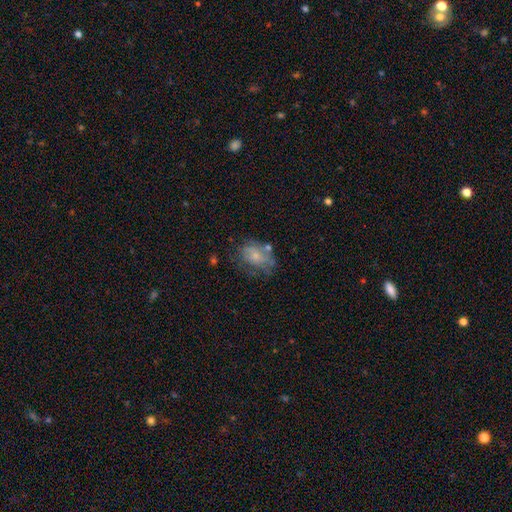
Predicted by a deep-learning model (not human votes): Q: Smooth or featured?
A: smooth (54%); runner-up: featured or disk (36%)
Q: How rounded?
A: in between (75%); runner-up: round (23%)
Q: Merging?
A: none (43%); runner-up: minor disturbance (28%)